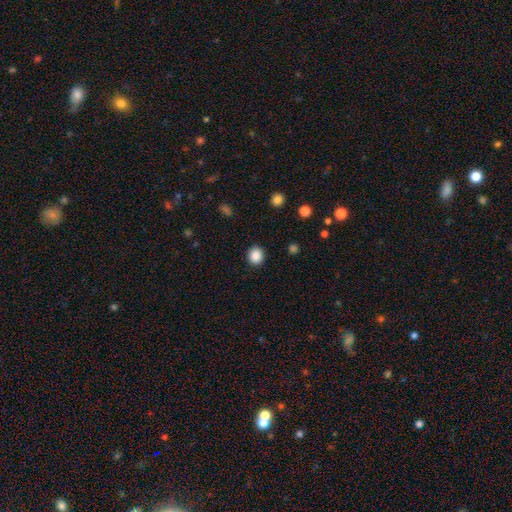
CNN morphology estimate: Smooth or featured: smooth — 87% (star or artifact — 10%)
How rounded: round — 81% (in between — 18%)
Merging: none — 91% (minor disturbance — 6%)